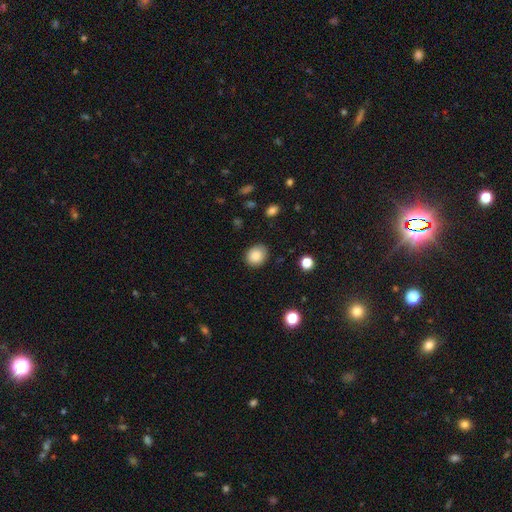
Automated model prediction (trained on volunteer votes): This appears to be a smooth galaxy with no disk features (86%) that is round (67%). Merging: none (84%).